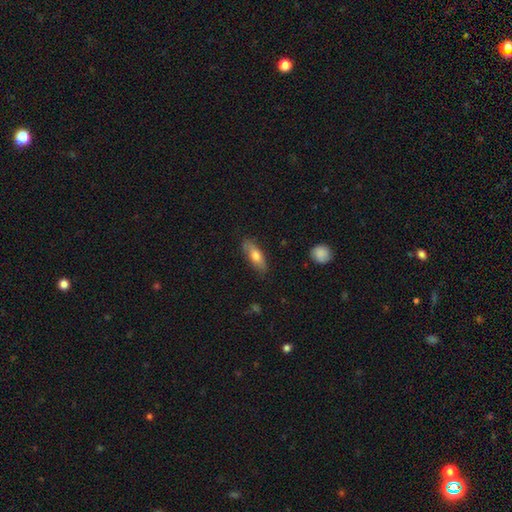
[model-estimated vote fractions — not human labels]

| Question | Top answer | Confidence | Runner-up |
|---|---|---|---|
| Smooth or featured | smooth | 68% | featured or disk (26%) |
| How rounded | in between | 57% | cigar-shaped (40%) |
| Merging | none | 81% | minor disturbance (15%) |